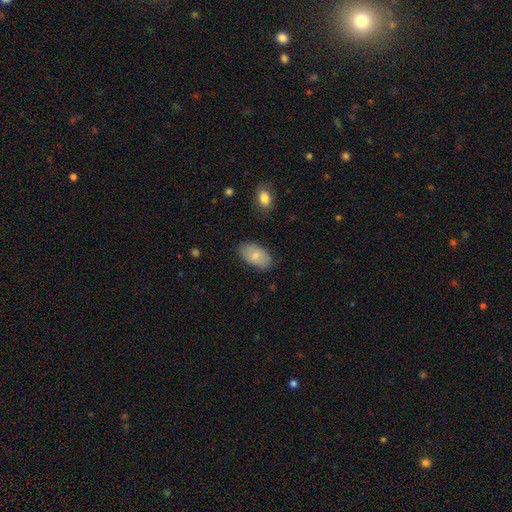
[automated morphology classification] smooth-or-featured: smooth: 76% | featured or disk: 18% | star or artifact: 6%
  how-rounded: in between: 94% | round: 4% | cigar-shaped: 2%
  merging: none: 80% | minor disturbance: 15% | major disturbance: 3% | merger: 2%